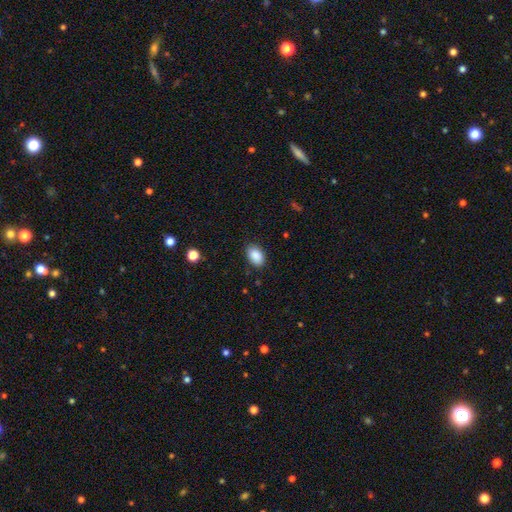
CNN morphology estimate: smooth 89%, star or artifact 8%, featured or disk 4%. Down the decision tree: how rounded — in between (88%); merging — none (84%).